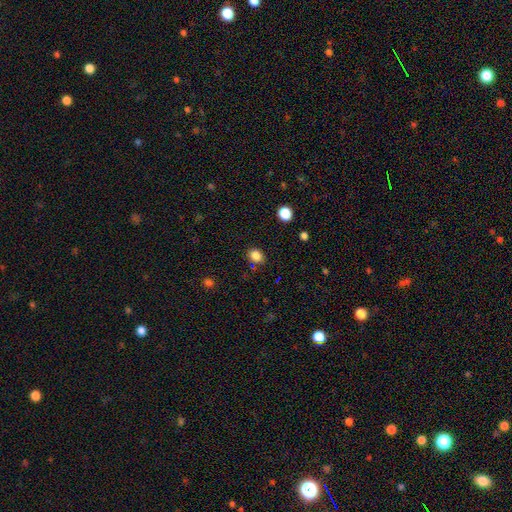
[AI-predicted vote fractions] This appears to be a smooth galaxy with no disk features (84%) that is round (50%). Merging: none (83%).